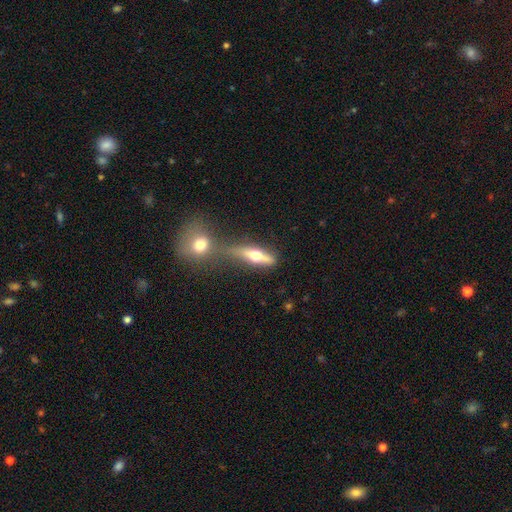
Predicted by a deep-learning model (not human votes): Smooth or featured? featured or disk (48%)
Merging? none (51%)